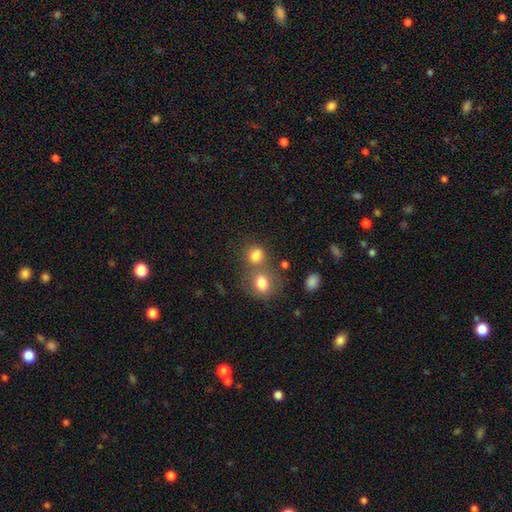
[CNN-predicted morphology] smooth_or_featured: smooth (p=0.79) [alt: star or artifact p=0.12]
how_rounded: round (p=0.59) [alt: in between p=0.40]
merging: merger (p=0.46) [alt: none p=0.39]